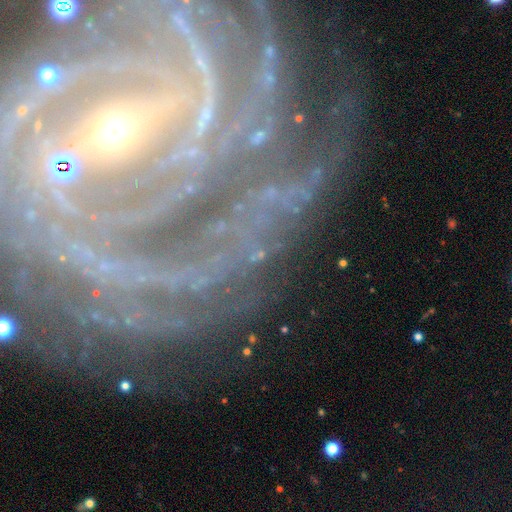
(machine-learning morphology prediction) featured or disk 74%, star or artifact 16%, smooth 10%. Down the decision tree: edge-on disk — no (93%); bar — strong (44%); spiral arms — yes (94%); spiral arm count — can't tell (26%); spiral winding — tight (73%); bulge size — small (61%); merging — none (73%).